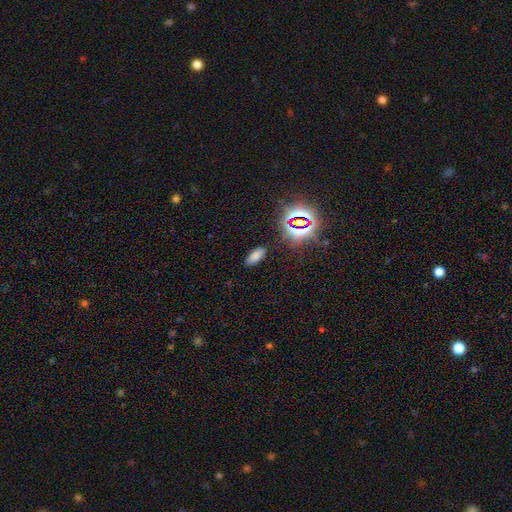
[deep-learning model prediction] Overall: smooth (72%). How rounded: in between (78%). Merging: none (86%).